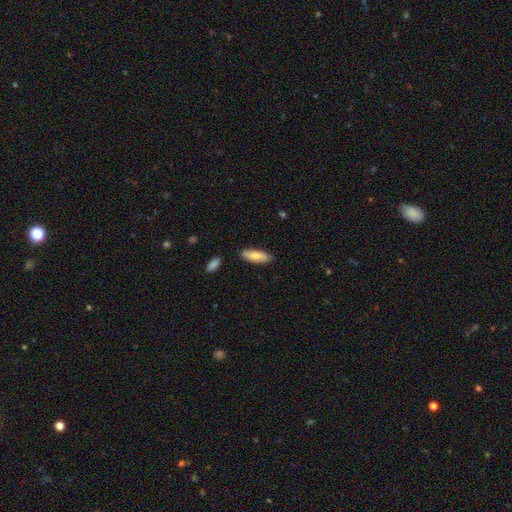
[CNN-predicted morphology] smooth-or-featured: smooth: 78% | featured or disk: 16% | star or artifact: 6%
  how-rounded: in between: 60% | cigar-shaped: 38% | round: 2%
  merging: none: 83% | minor disturbance: 13% | merger: 2% | major disturbance: 2%